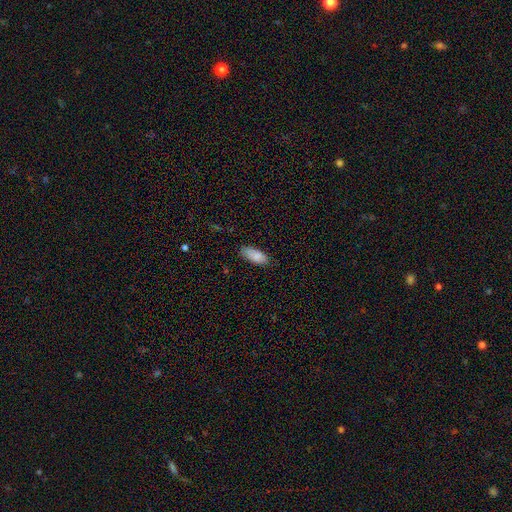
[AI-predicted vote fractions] Smooth or featured? Predicted: smooth (p=0.87). How rounded? Predicted: in between (p=0.84). Merging? Predicted: none (p=0.78).